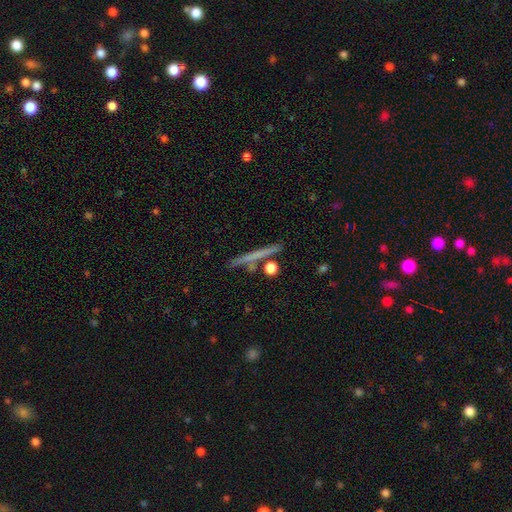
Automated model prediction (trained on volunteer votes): This appears to be a smooth galaxy with no disk features (50%) that is cigar-shaped (92%). Merging: none (83%).